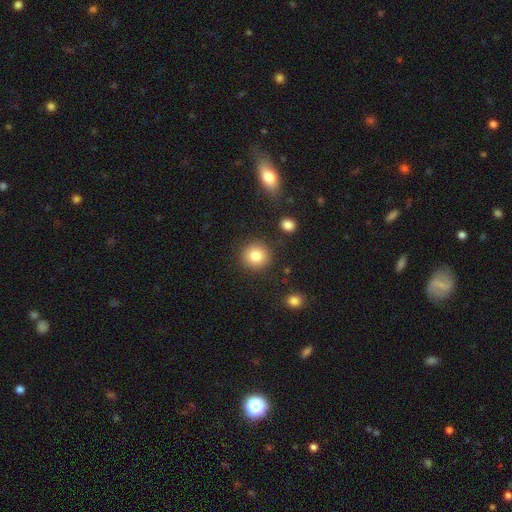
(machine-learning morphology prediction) smooth 84%, star or artifact 9%, featured or disk 6%. Down the decision tree: how rounded — round (92%); merging — none (88%).